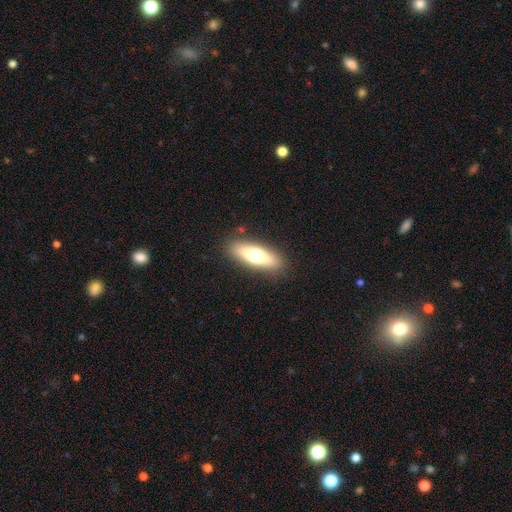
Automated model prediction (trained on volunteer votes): Smooth or featured? smooth (61%)
How rounded? in between (51%)
Merging? none (87%)